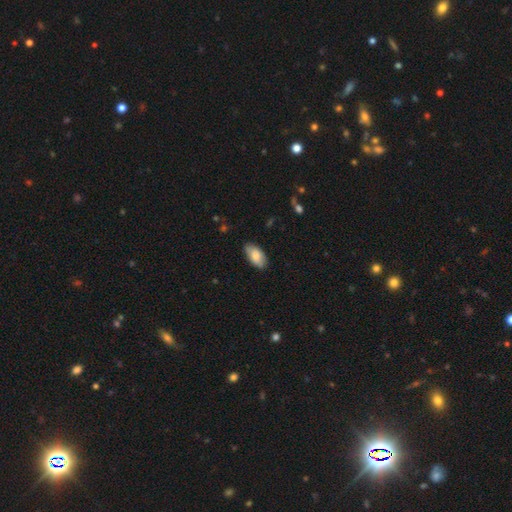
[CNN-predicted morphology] smooth-or-featured: smooth: 79% | featured or disk: 14% | star or artifact: 6%
  how-rounded: in between: 94% | round: 3% | cigar-shaped: 3%
  merging: none: 80% | minor disturbance: 16% | major disturbance: 2% | merger: 1%